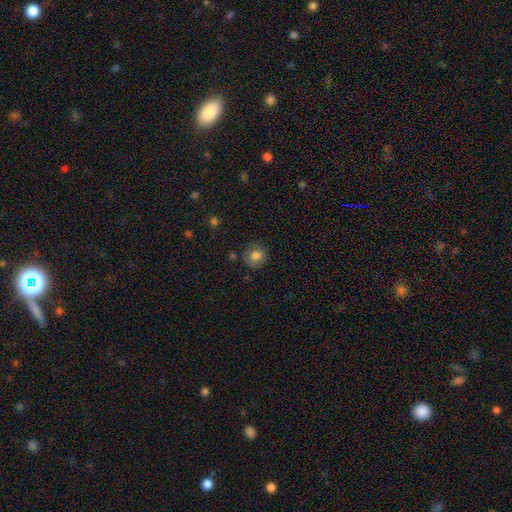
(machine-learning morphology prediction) smooth 81%, star or artifact 10%, featured or disk 9%. Down the decision tree: how rounded — round (86%); merging — none (79%).